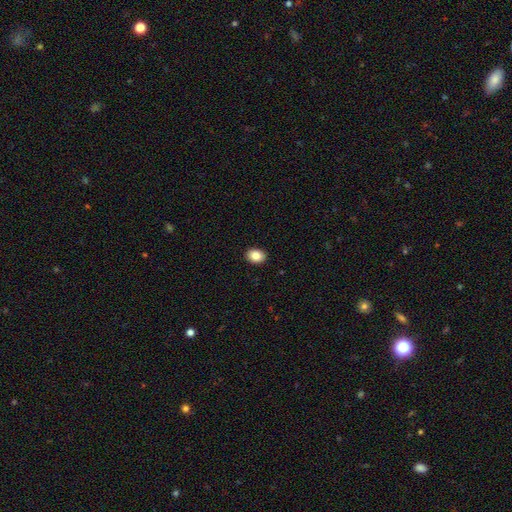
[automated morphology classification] This is clearly a smooth galaxy (86%). How rounded: likely in between (63%). Merging: clearly none (91%).